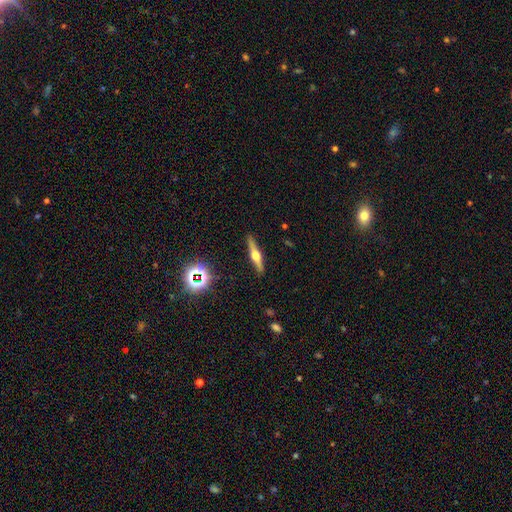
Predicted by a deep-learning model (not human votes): The model was most divided on "smooth or featured": featured or disk: 65%, smooth: 26%, star or artifact: 8%. More confident: edge-on disk — yes (96%); edge-on bulge — rounded (94%); merging — none (89%).